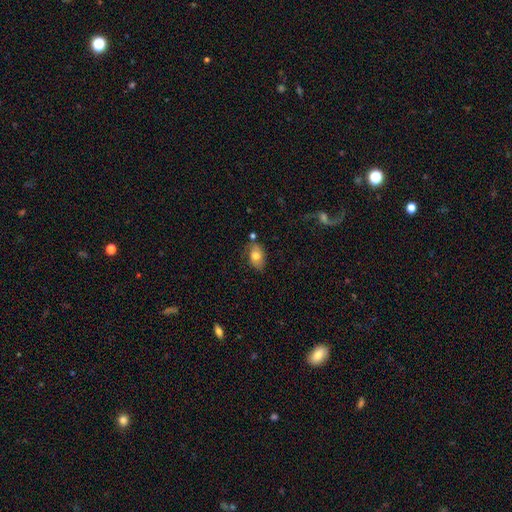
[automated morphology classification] Smooth or featured?
  - smooth: 72% *
  - featured or disk: 20%
  - star or artifact: 8%
How rounded?
  - in between: 85% *
  - round: 14%
  - cigar-shaped: 2%
Merging?
  - none: 60% *
  - minor disturbance: 25%
  - major disturbance: 8%
  - merger: 8%